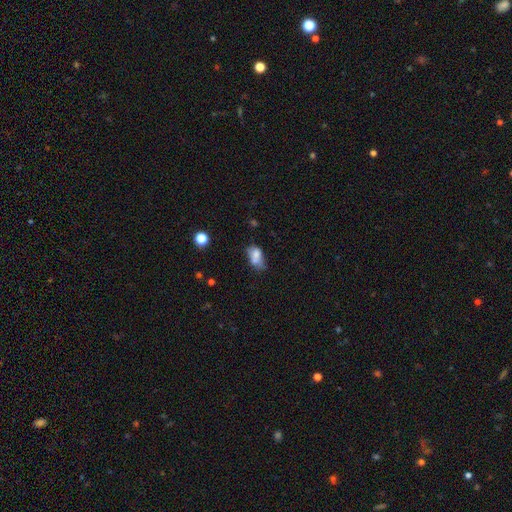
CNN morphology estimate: Smooth or featured: smooth — 67% (featured or disk — 22%)
How rounded: in between — 84% (round — 13%)
Merging: none — 31% (merger — 29%)